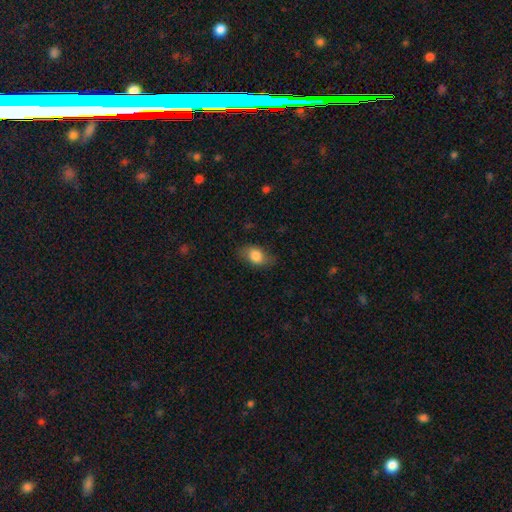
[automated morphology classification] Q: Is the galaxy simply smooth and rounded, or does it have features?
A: smooth — 79%.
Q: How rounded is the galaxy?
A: in between — 85%.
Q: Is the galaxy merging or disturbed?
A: none — 76%.